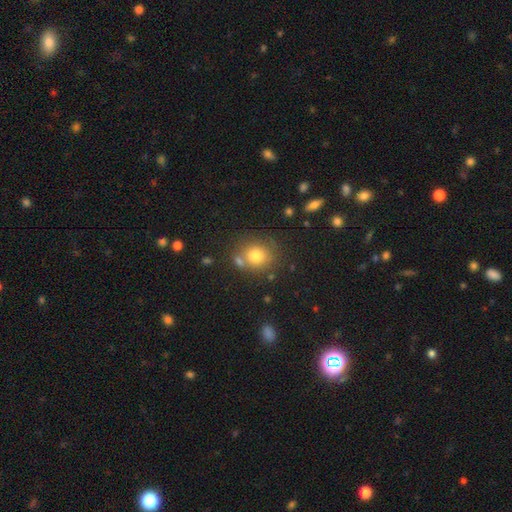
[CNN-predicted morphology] Smooth or featured? smooth (77%)
How rounded? round (80%)
Merging? none (67%)